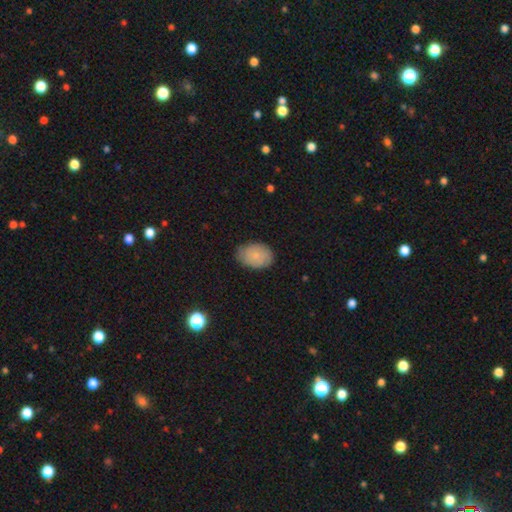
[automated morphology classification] Smooth or featured: smooth — 74% (featured or disk — 18%)
How rounded: in between — 76% (round — 23%)
Merging: none — 75% (minor disturbance — 21%)